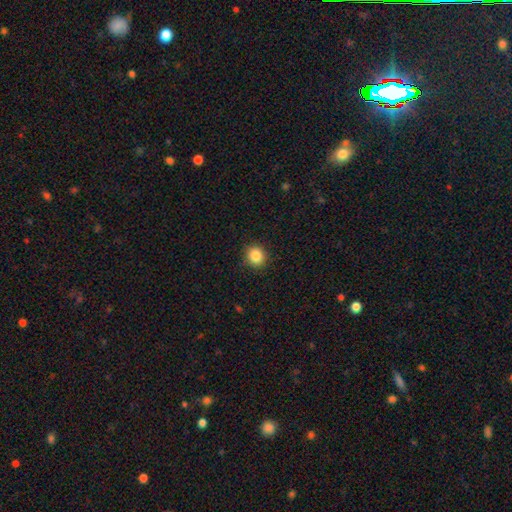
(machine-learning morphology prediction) A smooth galaxy with no disk features (86%) that is round (83%).

Vote fractions:
- Smooth or featured? smooth: 86% / star or artifact: 10% / featured or disk: 4%
- How rounded? round: 83% / in between: 16% / cigar-shaped: 1%
- Merging? none: 90% / minor disturbance: 7% / major disturbance: 2% / merger: 1%